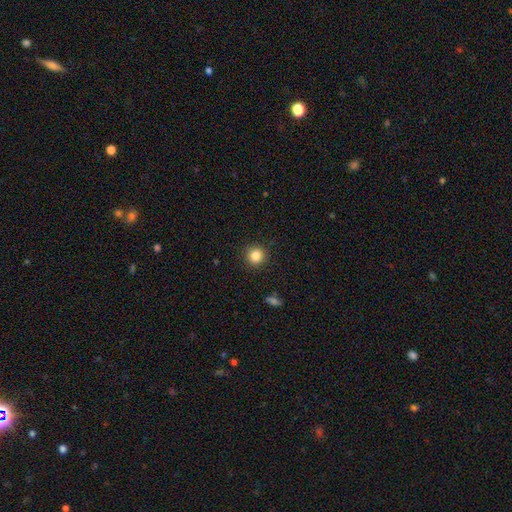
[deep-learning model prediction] smooth-or-featured: smooth: 84% | star or artifact: 11% | featured or disk: 5%
  how-rounded: round: 93% | in between: 6% | cigar-shaped: 1%
  merging: none: 91% | minor disturbance: 6% | major disturbance: 2% | merger: 1%